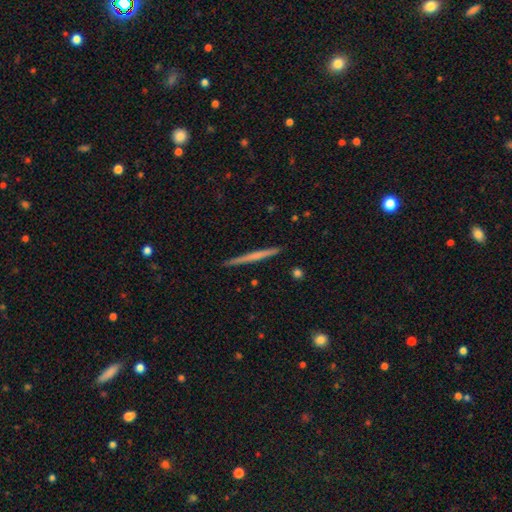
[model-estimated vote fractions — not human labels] A smooth galaxy with no disk features (49%). Merging: none (92%).